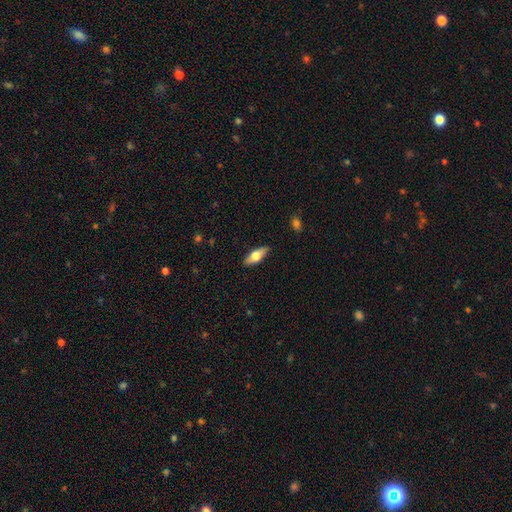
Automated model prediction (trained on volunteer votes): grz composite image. It shows a smooth galaxy with no disk features (59%) that is in between round and cigar-shaped (70%). Merging: none (87%).